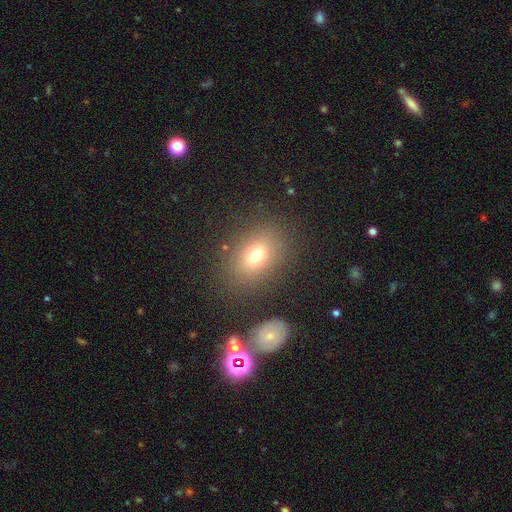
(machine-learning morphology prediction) A smooth galaxy with no disk features (72%) that is in between round and cigar-shaped (61%). Merging: none (82%).